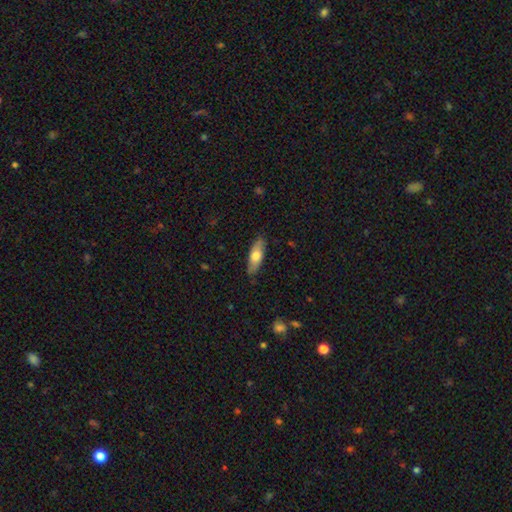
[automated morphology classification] A smooth galaxy with no disk features (68%) that is in between round and cigar-shaped (61%).

Vote fractions:
- Smooth or featured? smooth: 68% / featured or disk: 26% / star or artifact: 6%
- How rounded? in between: 61% / cigar-shaped: 37% / round: 2%
- Merging? none: 85% / minor disturbance: 12% / major disturbance: 2% / merger: 1%